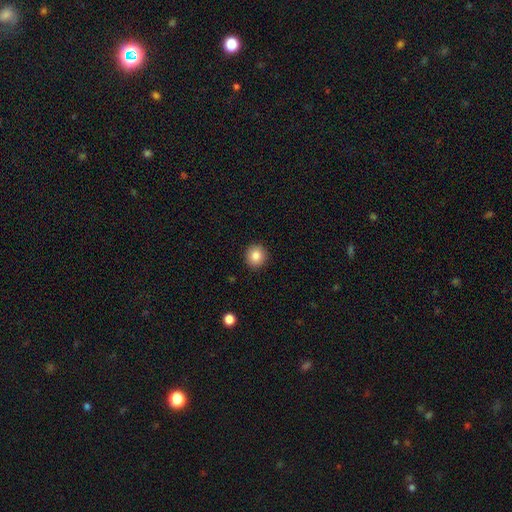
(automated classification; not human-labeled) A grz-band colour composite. It shows a smooth galaxy with no disk features (85%) that is round (90%). Merging: none (92%).